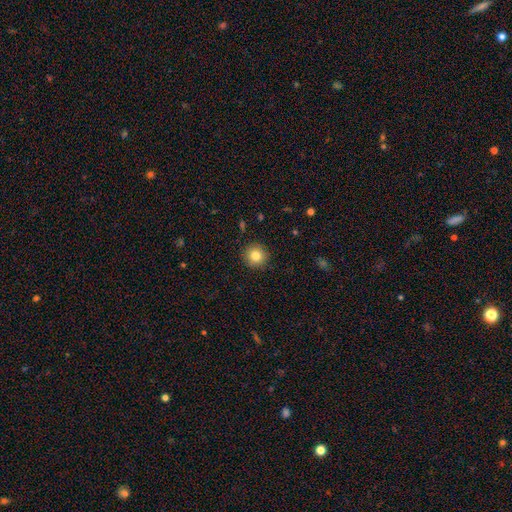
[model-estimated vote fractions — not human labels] Smooth or featured? smooth (82%)
How rounded? round (94%)
Merging? none (91%)